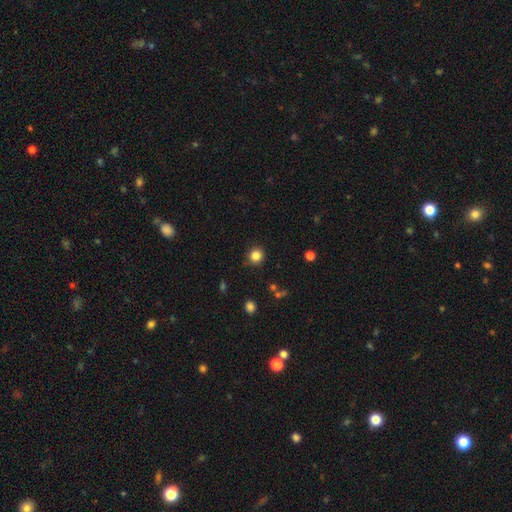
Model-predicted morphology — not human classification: smooth_or_featured: smooth (p=0.83) [alt: star or artifact p=0.12]
how_rounded: round (p=0.92) [alt: in between p=0.07]
merging: none (p=0.87) [alt: minor disturbance p=0.08]